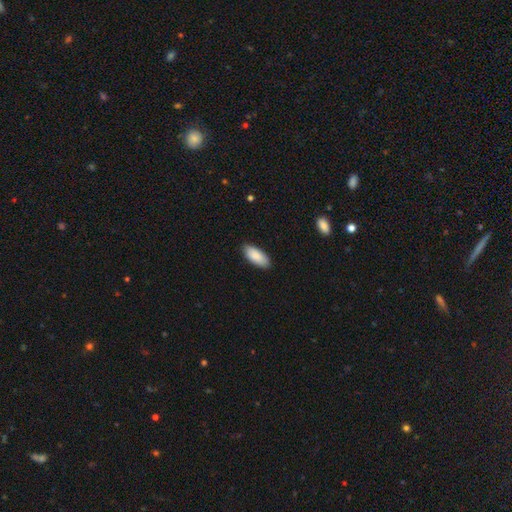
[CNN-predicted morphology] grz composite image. It shows a smooth galaxy with no disk features (89%) that is in between round and cigar-shaped (86%). Merging: none (87%).